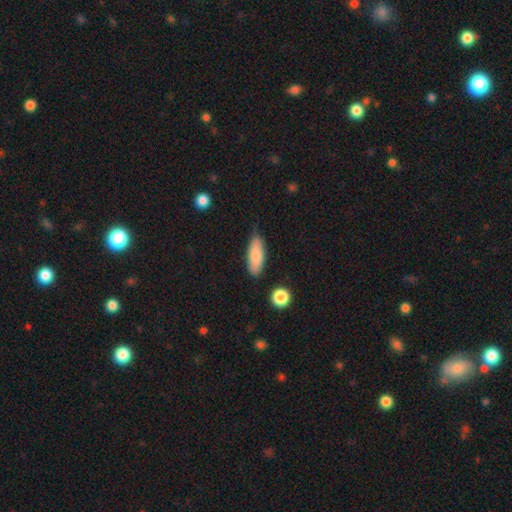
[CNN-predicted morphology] This is clearly a smooth galaxy (82%). How rounded: likely in between (67%). Merging: likely none (78%).